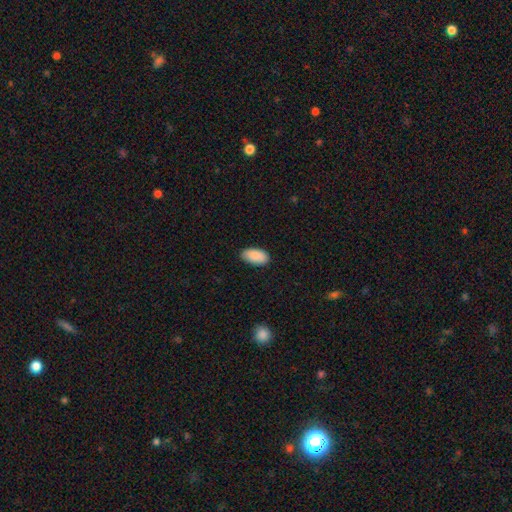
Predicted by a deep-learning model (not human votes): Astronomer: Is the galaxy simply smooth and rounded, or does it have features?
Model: smooth — 90%.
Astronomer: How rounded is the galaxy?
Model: in between — 95%.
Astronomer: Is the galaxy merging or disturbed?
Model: none — 85%.